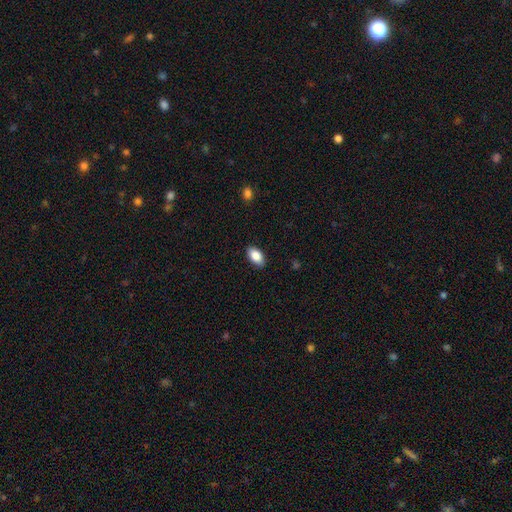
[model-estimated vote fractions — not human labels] Q: Smooth or featured?
A: smooth (87%); runner-up: star or artifact (7%)
Q: How rounded?
A: in between (93%); runner-up: round (4%)
Q: Merging?
A: none (87%); runner-up: minor disturbance (10%)